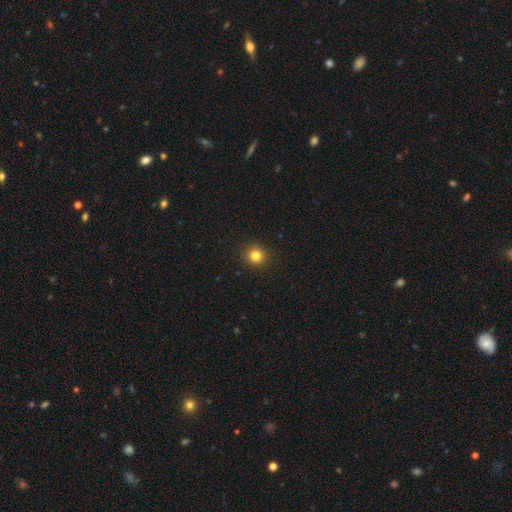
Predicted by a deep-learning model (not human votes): Smooth or featured: smooth — 81% (star or artifact — 13%)
How rounded: round — 90% (in between — 9%)
Merging: none — 91% (minor disturbance — 6%)